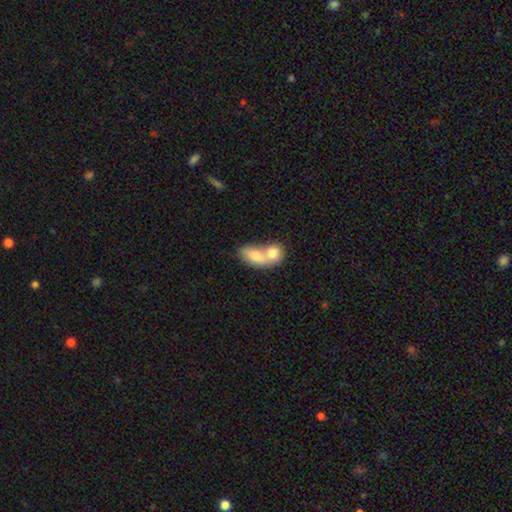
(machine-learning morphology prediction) smooth-or-featured: smooth: 75% | featured or disk: 19% | star or artifact: 6%
  how-rounded: in between: 79% | round: 15% | cigar-shaped: 6%
  merging: merger: 75% | none: 16% | minor disturbance: 6% | major disturbance: 4%